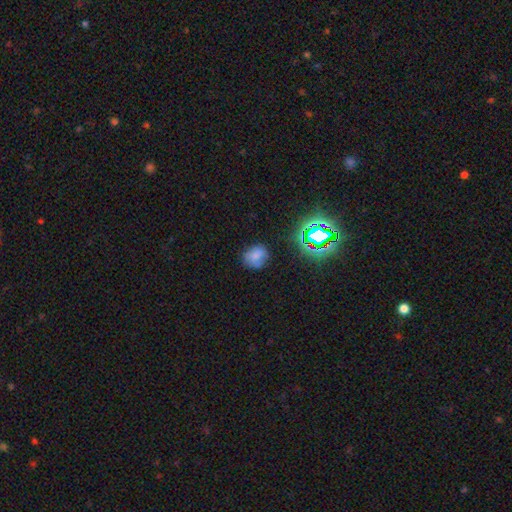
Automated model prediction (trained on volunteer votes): This is likely a smooth galaxy (64%). How rounded: likely round (63%). Merging: likely none (66%).